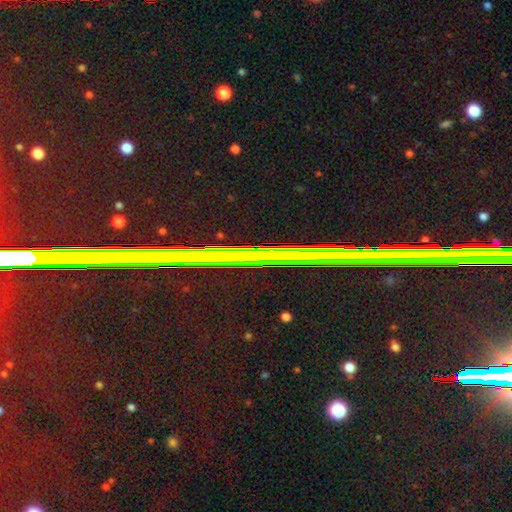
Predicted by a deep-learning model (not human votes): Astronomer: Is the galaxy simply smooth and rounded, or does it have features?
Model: star or artifact — 83%.